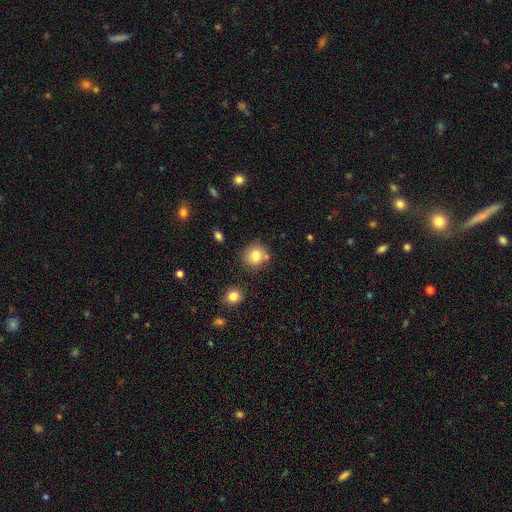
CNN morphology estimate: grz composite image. It shows a smooth galaxy with no disk features (80%) that is round (89%). Merging: none (77%).